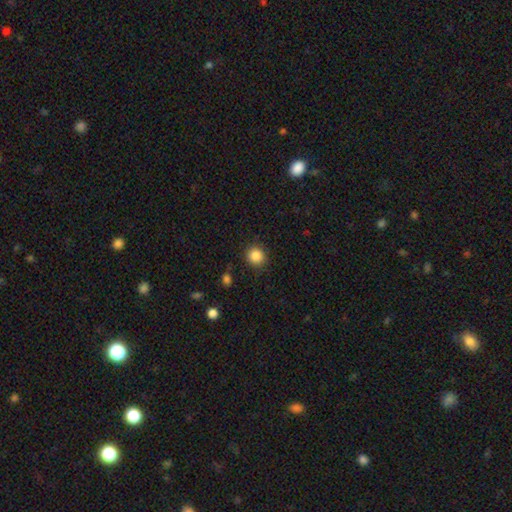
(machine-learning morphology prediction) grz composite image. It shows a smooth galaxy with no disk features (86%) that is round (90%). Merging: none (89%).